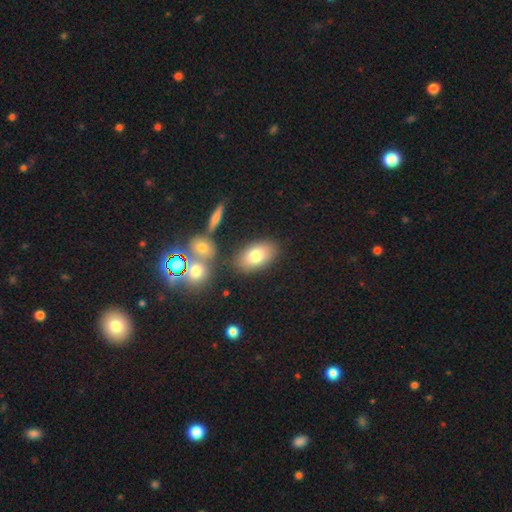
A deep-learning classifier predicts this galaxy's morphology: This appears to be a smooth galaxy with no disk features (77%) that is in between round and cigar-shaped (89%). Merging: none (79%).